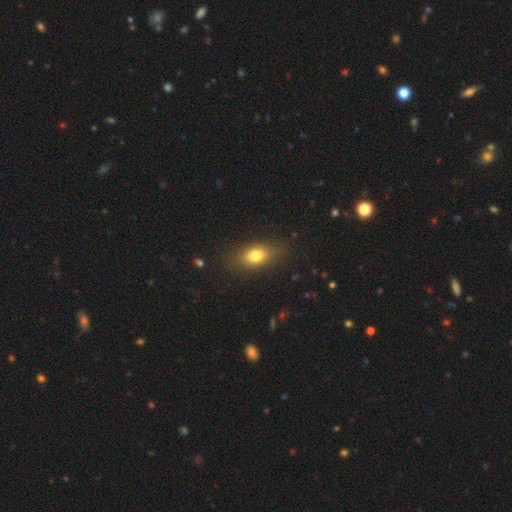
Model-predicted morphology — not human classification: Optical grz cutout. It shows a smooth galaxy with no disk features (77%) that is in between round and cigar-shaped (75%). Merging: none (82%).